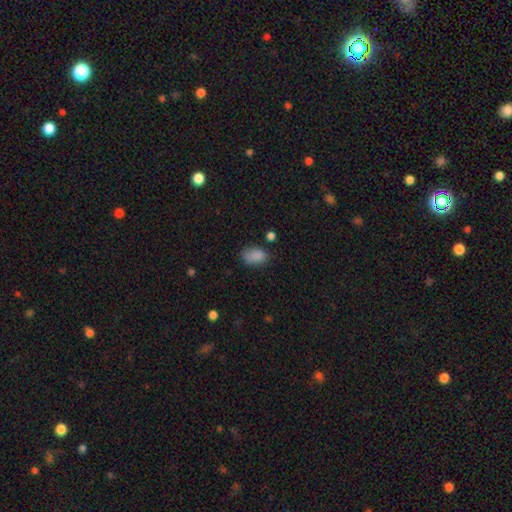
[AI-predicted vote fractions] Smooth or featured?
  - smooth: 86% *
  - star or artifact: 10%
  - featured or disk: 5%
How rounded?
  - in between: 89% *
  - round: 9%
  - cigar-shaped: 2%
Merging?
  - none: 68% *
  - minor disturbance: 23%
  - major disturbance: 6%
  - merger: 3%